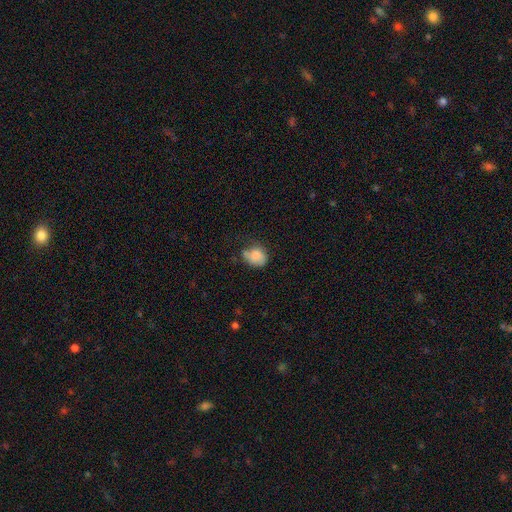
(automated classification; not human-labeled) Smooth or featured? smooth (79%)
How rounded? round (54%)
Merging? none (47%)